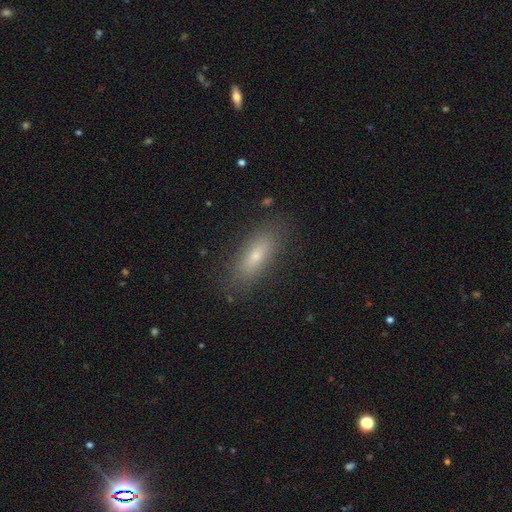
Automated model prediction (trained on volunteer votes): A smooth galaxy with no disk features (70%) that is in between round and cigar-shaped (58%). Merging: none (84%).